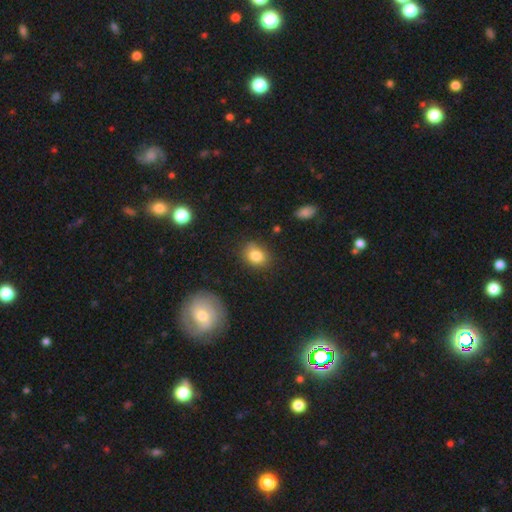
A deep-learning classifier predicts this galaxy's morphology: Smooth or featured: smooth — 82% (star or artifact — 10%)
How rounded: round — 49% (tied with in between — 49%)
Merging: none — 75% (minor disturbance — 18%)